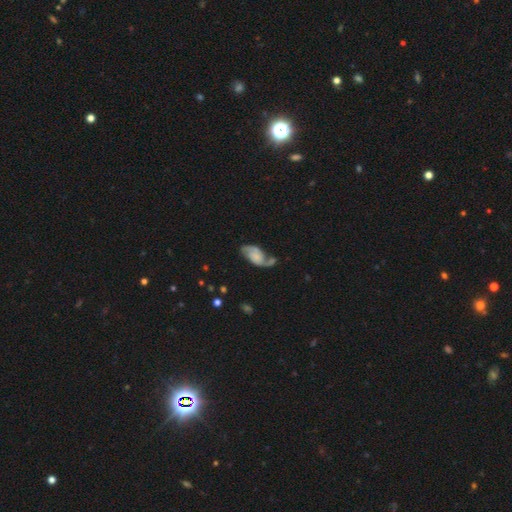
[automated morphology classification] type=featured or disk (69%); edge-on=no (96%); bar=no (65%); spiral arms=yes (91%); winding=loose (43%); arm count=2 (84%); bulge=none (45%); merging=none (40%).